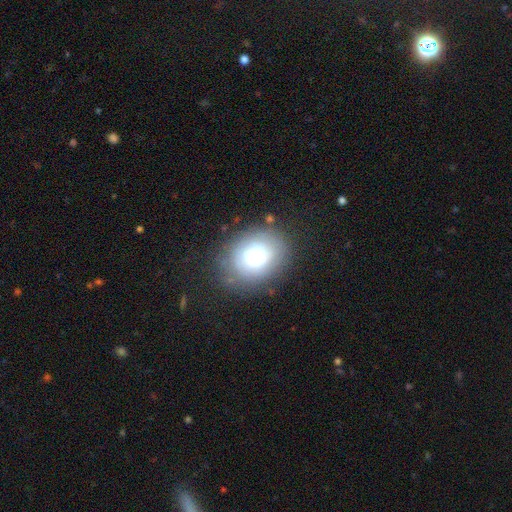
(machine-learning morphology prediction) type=smooth (63%); roundness=round (52%); merging=none (70%).